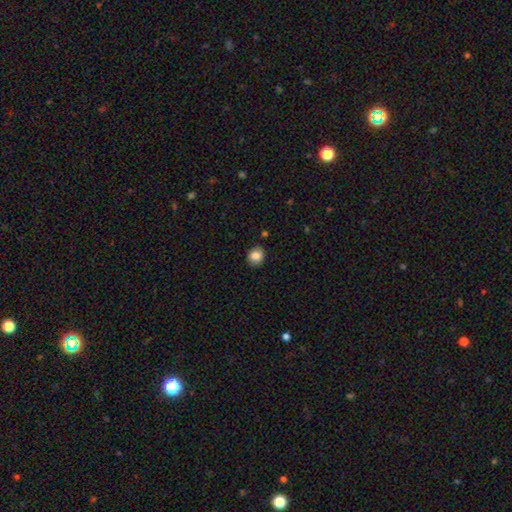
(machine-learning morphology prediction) type=smooth (84%); roundness=round (59%); merging=none (85%).